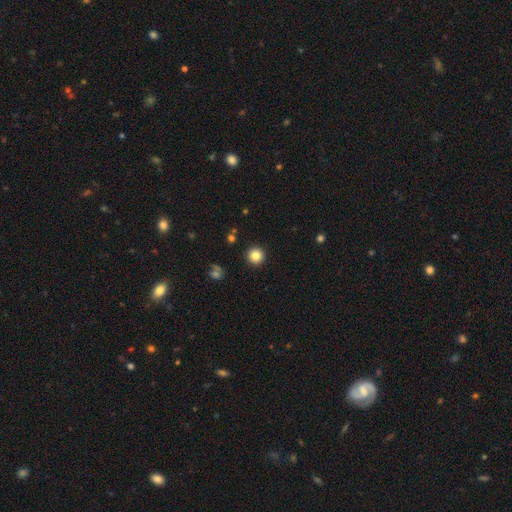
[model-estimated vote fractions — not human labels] A smooth galaxy with no disk features (83%) that is round (96%). Merging: none (93%).